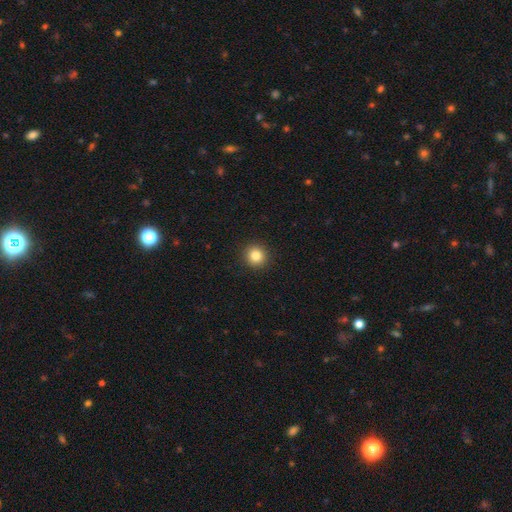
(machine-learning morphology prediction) smooth 83%, star or artifact 11%, featured or disk 6%. Down the decision tree: how rounded — round (92%); merging — none (92%).